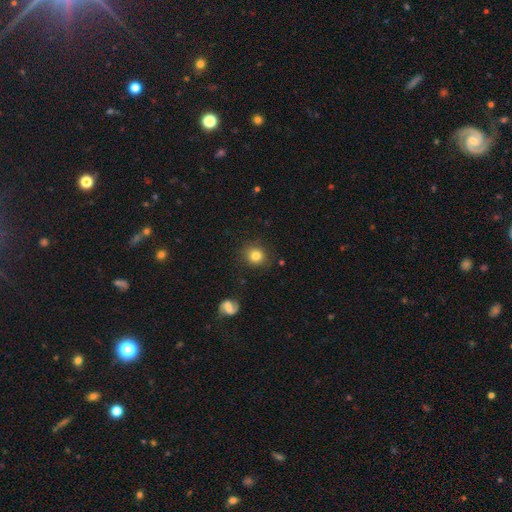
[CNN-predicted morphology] type=smooth (81%); roundness=round (87%); merging=none (85%).